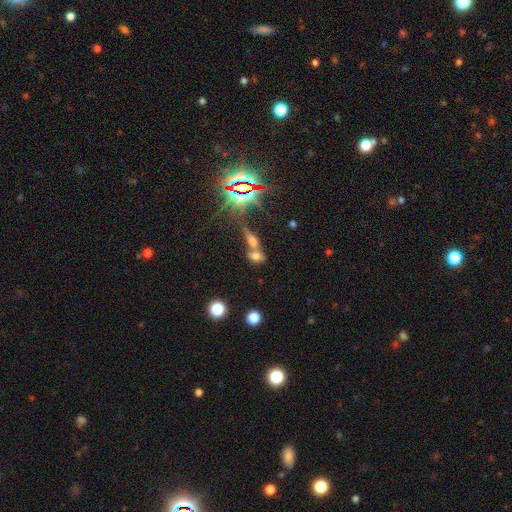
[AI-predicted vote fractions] Overall: smooth (57%; star or artifact 26%). How rounded: in between (68%). Merging: merger (60%; none 29%).